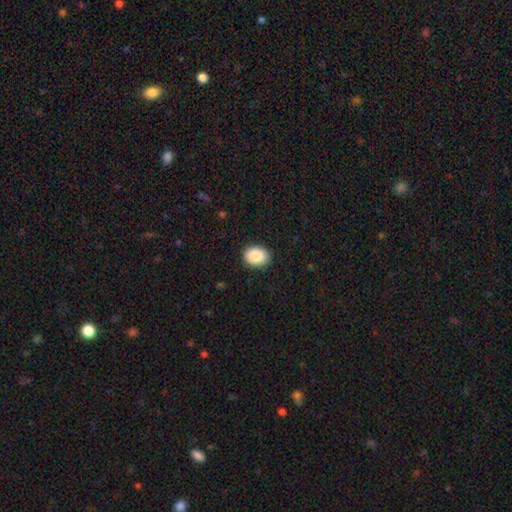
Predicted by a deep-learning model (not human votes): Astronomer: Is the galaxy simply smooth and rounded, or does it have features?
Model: smooth — 88%.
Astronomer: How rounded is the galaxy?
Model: in between — 66%.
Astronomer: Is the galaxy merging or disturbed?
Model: none — 89%.